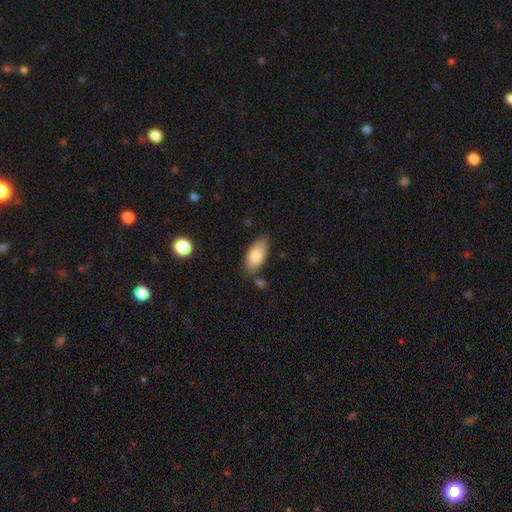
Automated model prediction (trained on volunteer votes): Q: Smooth or featured?
A: smooth (85%); runner-up: featured or disk (9%)
Q: How rounded?
A: in between (90%); runner-up: cigar-shaped (8%)
Q: Merging?
A: none (76%); runner-up: minor disturbance (17%)